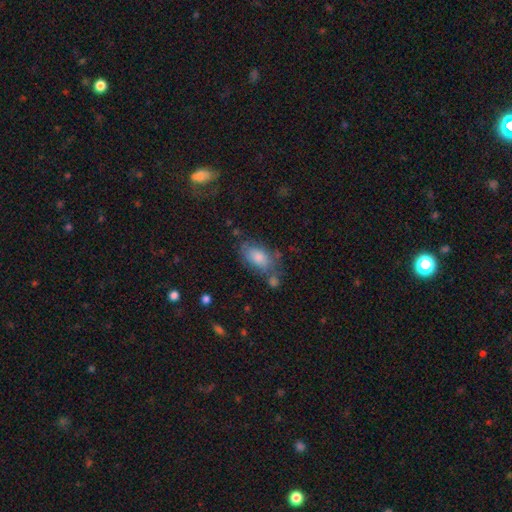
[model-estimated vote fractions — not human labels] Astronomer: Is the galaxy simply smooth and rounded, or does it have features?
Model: smooth — 67%.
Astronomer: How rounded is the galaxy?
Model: in between — 89%.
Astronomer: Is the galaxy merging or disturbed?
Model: none — 57%.